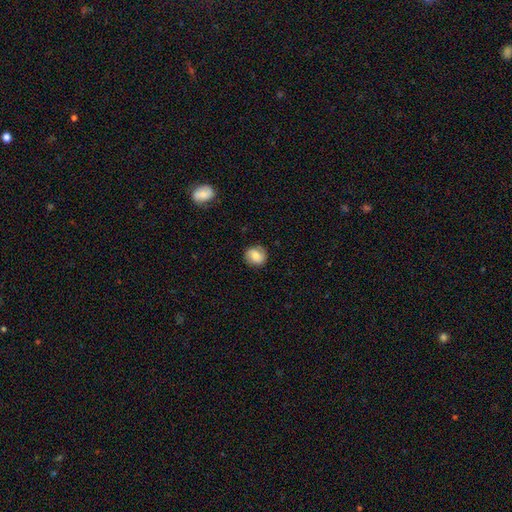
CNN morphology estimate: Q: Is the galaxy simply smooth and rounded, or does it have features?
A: smooth — 75%.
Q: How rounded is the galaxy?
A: round — 83%.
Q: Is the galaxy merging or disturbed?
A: none — 83%.